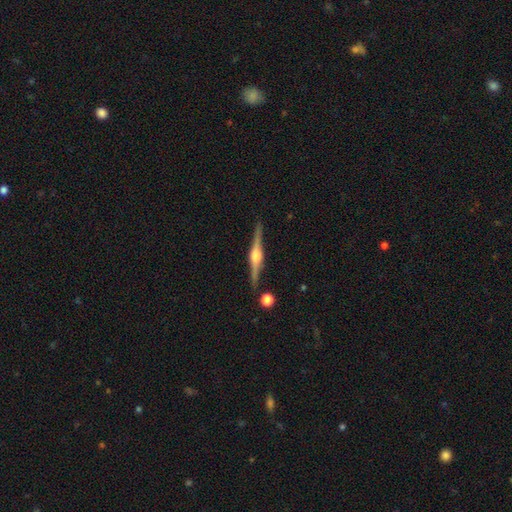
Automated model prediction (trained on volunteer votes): This is clearly a featured or disk galaxy (87%). It is clearly viewed edge-on (98%). Edge-on bulge: clearly rounded (89%). Merging: clearly none (89%).